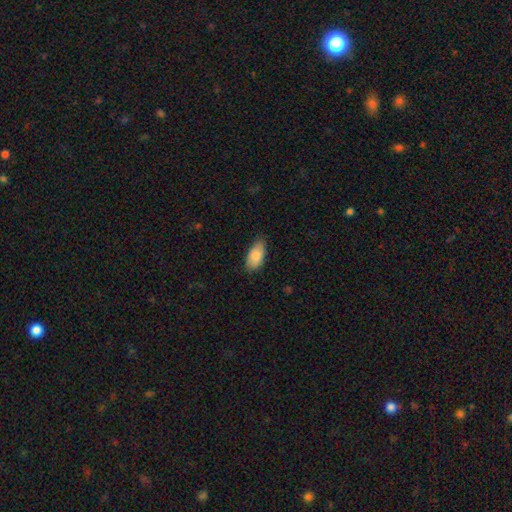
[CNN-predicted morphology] Smooth or featured?
  - smooth: 86% *
  - featured or disk: 8%
  - star or artifact: 6%
How rounded?
  - in between: 93% *
  - cigar-shaped: 4%
  - round: 3%
Merging?
  - none: 80% *
  - minor disturbance: 17%
  - major disturbance: 3%
  - merger: 1%